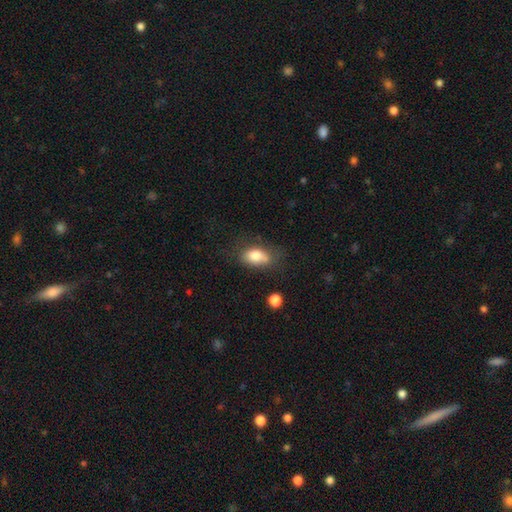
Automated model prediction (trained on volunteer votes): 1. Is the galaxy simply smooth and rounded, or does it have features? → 79% smooth, 13% featured or disk, 9% star or artifact.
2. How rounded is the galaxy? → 86% in between, 11% round, 3% cigar-shaped.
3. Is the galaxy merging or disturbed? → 50% none, 28% minor disturbance, 13% major disturbance, 9% merger.